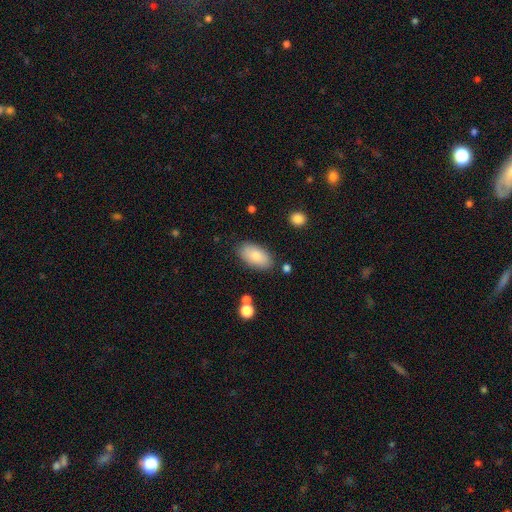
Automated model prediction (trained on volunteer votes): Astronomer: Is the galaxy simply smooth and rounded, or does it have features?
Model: smooth — 82%.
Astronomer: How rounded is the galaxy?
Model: in between — 94%.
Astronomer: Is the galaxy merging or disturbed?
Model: none — 83%.